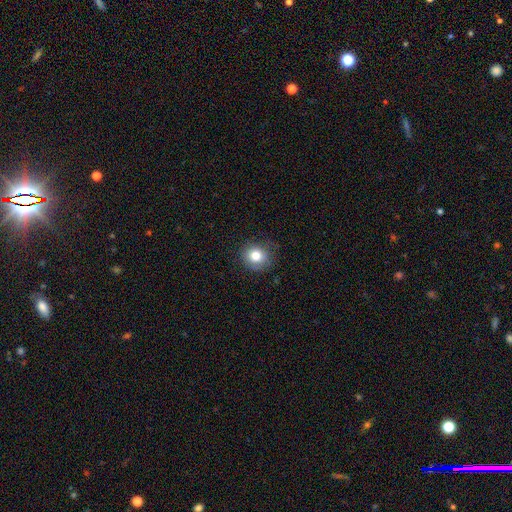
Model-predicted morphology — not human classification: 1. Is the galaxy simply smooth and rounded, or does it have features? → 80% smooth, 10% star or artifact, 9% featured or disk.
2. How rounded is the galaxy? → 82% round, 18% in between, 1% cigar-shaped.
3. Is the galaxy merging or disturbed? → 80% none, 15% minor disturbance, 4% major disturbance, 1% merger.